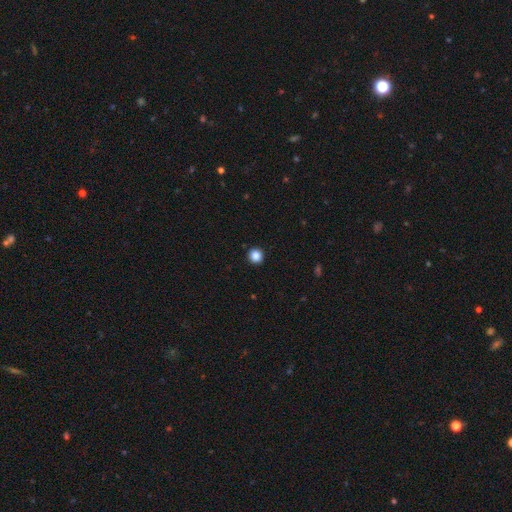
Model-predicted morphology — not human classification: The model was most divided on "smooth or featured": smooth: 86%, star or artifact: 11%, featured or disk: 3%. More confident: how rounded — round (94%); merging — none (93%).